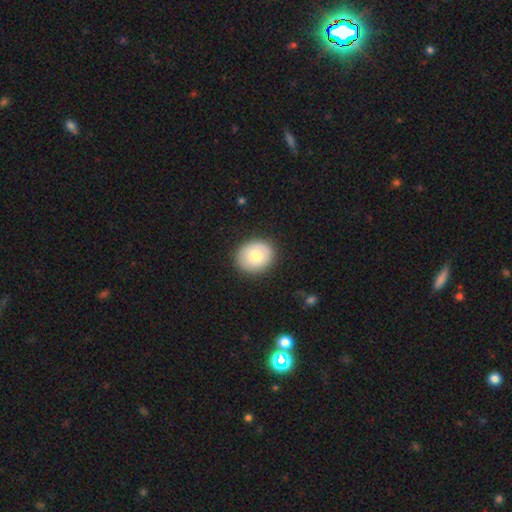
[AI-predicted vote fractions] Smooth or featured? Predicted: smooth (p=0.72). How rounded? Predicted: round (p=0.59). Merging? Predicted: none (p=0.87).